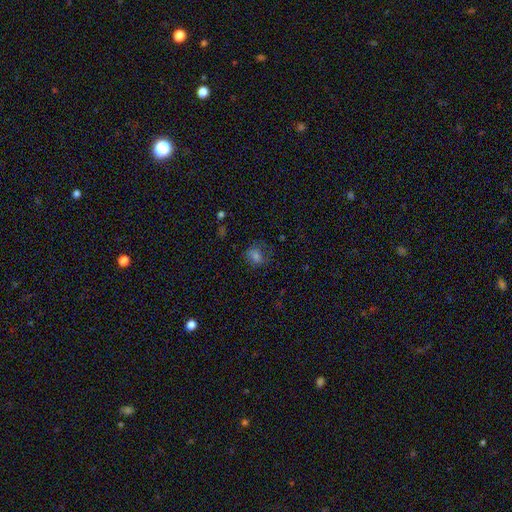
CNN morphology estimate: Smooth or featured?
  - smooth: 68% *
  - star or artifact: 19%
  - featured or disk: 13%
How rounded?
  - round: 66% *
  - in between: 33%
  - cigar-shaped: 1%
Merging?
  - none: 68% *
  - minor disturbance: 20%
  - major disturbance: 10%
  - merger: 2%